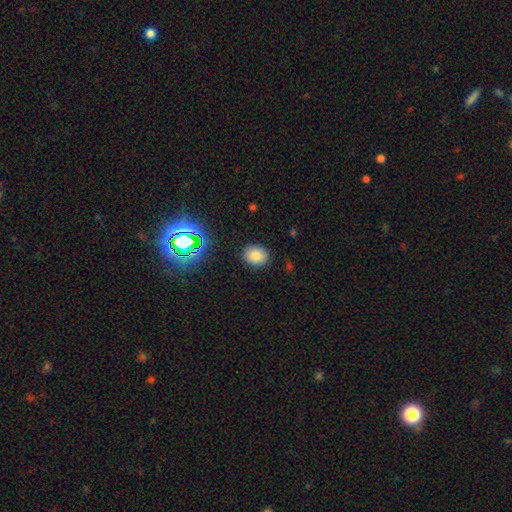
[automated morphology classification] smooth_or_featured: smooth (p=0.81) [alt: star or artifact p=0.13]
how_rounded: in between (p=0.58) [alt: round p=0.41]
merging: none (p=0.86) [alt: minor disturbance p=0.10]